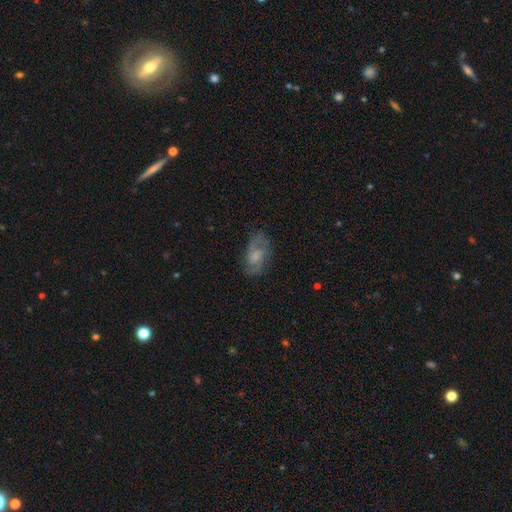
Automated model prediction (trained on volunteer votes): smooth_or_featured: featured or disk (p=0.67) [alt: smooth p=0.25]
disk_edge_on: no (p=0.95) [alt: yes p=0.05]
bar: no (p=0.51) [alt: weak p=0.42]
has_spiral_arms: yes (p=0.89) [alt: no p=0.11]
spiral_winding: medium (p=0.50) [alt: loose p=0.26]
spiral_arm_count: 2 (p=0.69) [alt: can't tell p=0.16]
bulge_size: small (p=0.39) [alt: moderate p=0.32]
merging: none (p=0.69) [alt: minor disturbance p=0.19]